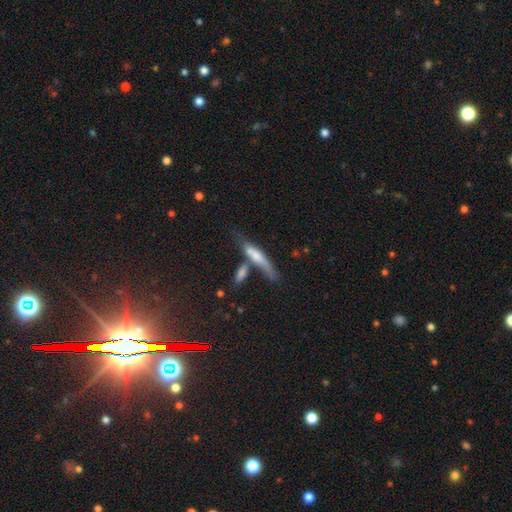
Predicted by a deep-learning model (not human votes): This is possibly a smooth galaxy (57%). How rounded: likely cigar-shaped (79%). Merging: marginally none (37%).